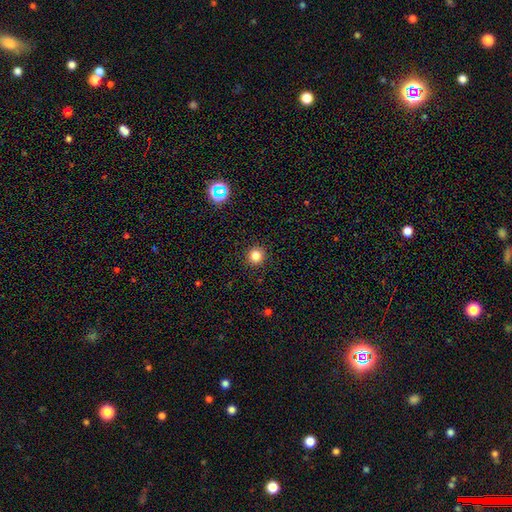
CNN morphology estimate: This is clearly a smooth galaxy (81%). How rounded: clearly round (93%). Merging: clearly none (92%).